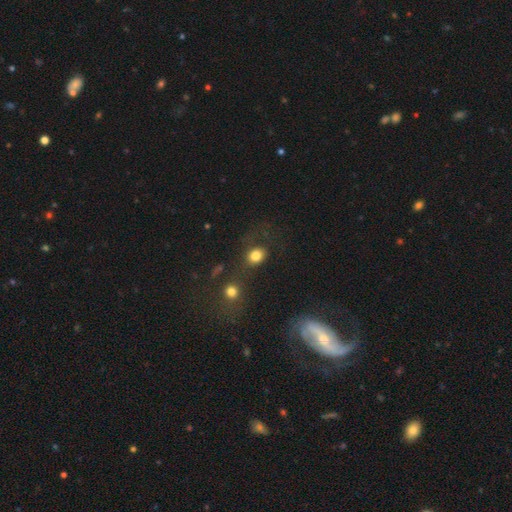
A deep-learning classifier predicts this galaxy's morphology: smooth-or-featured: smooth: 79% | star or artifact: 12% | featured or disk: 9%
  how-rounded: round: 60% | in between: 38% | cigar-shaped: 1%
  merging: none: 53% | merger: 17% | minor disturbance: 16% | major disturbance: 14%